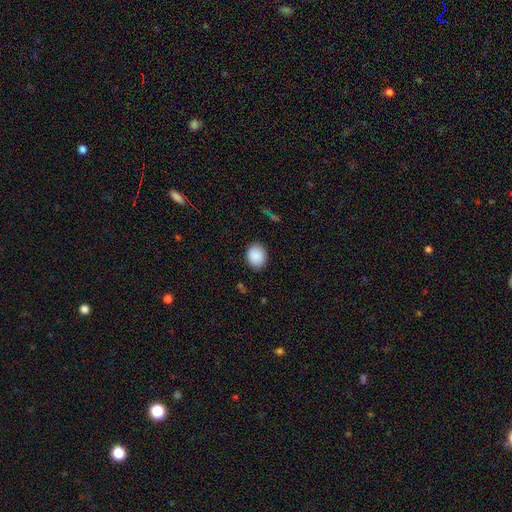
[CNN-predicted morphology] Smooth or featured: smooth — 89% (star or artifact — 7%)
How rounded: round — 57% (in between — 42%)
Merging: none — 87% (minor disturbance — 10%)